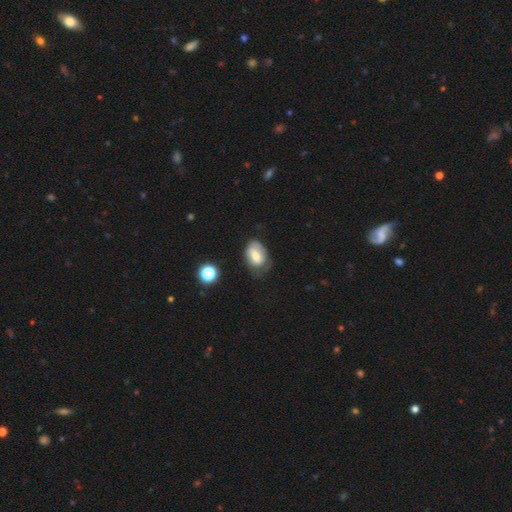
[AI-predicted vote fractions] smooth_or_featured: smooth (p=0.56) [alt: featured or disk p=0.35]
how_rounded: in between (p=0.85) [alt: round p=0.13]
merging: none (p=0.47) [alt: minor disturbance p=0.34]